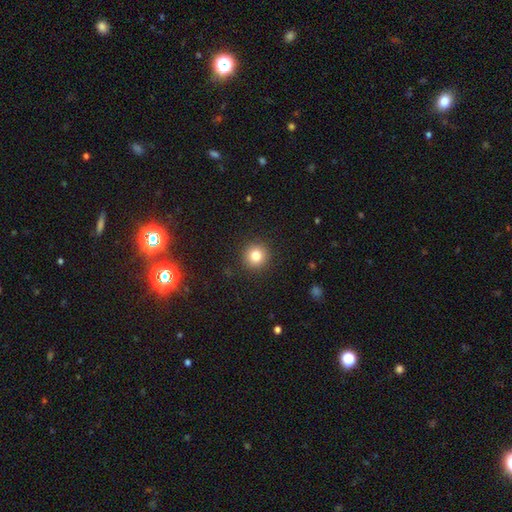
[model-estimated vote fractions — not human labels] This is clearly a smooth galaxy (81%). How rounded: clearly round (94%). Merging: clearly none (92%).